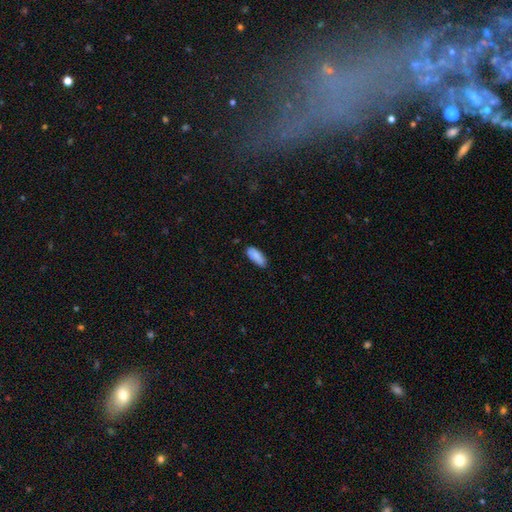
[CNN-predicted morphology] A smooth galaxy with no disk features (86%) that is in between round and cigar-shaped (77%).

Vote fractions:
- Smooth or featured? smooth: 86% / featured or disk: 8% / star or artifact: 6%
- How rounded? in between: 77% / cigar-shaped: 22% / round: 2%
- Merging? none: 69% / minor disturbance: 25% / major disturbance: 4% / merger: 2%